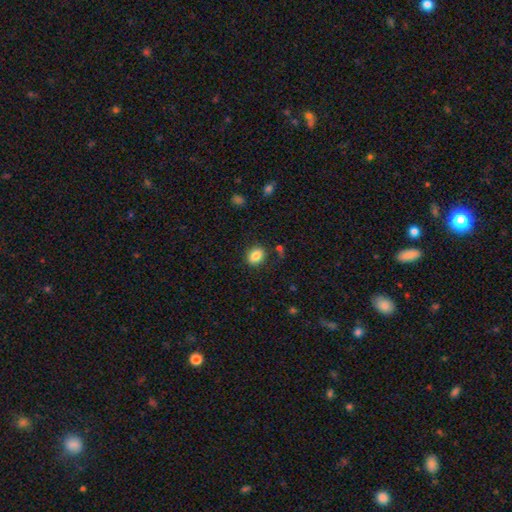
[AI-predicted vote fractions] Q: Smooth or featured?
A: smooth (85%); runner-up: star or artifact (9%)
Q: How rounded?
A: in between (60%); runner-up: round (38%)
Q: Merging?
A: none (83%); runner-up: minor disturbance (11%)